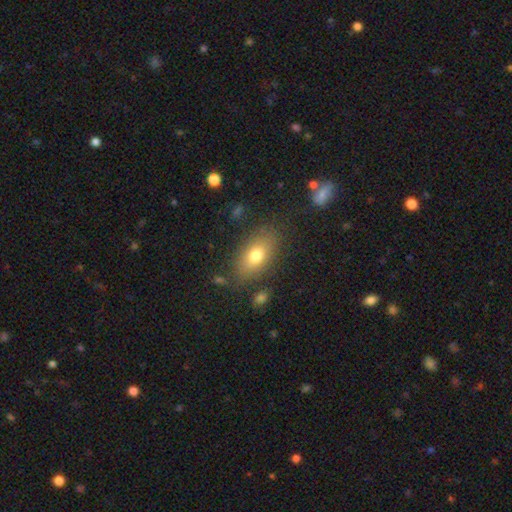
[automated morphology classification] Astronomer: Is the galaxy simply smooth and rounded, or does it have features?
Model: smooth — 74%.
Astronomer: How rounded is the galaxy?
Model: in between — 87%.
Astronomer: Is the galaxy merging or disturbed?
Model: none — 79%.